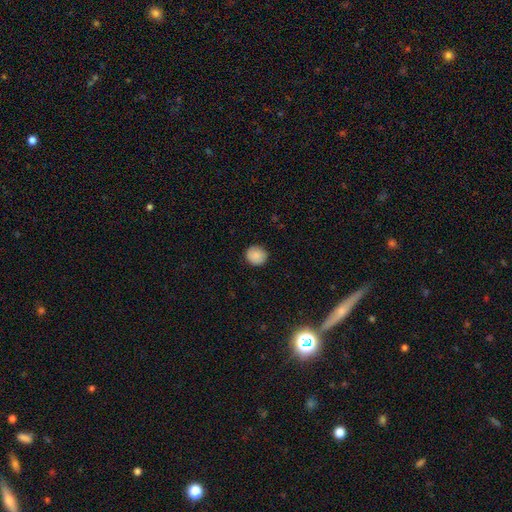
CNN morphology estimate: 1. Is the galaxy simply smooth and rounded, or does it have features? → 87% smooth, 8% star or artifact, 6% featured or disk.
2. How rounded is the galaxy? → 88% round, 11% in between, 1% cigar-shaped.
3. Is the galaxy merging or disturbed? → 89% none, 9% minor disturbance, 2% major disturbance, 1% merger.